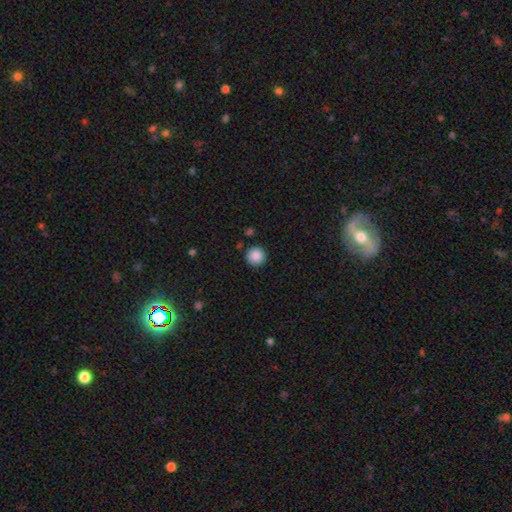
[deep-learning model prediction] Smooth or featured? smooth (88%)
How rounded? round (96%)
Merging? none (91%)